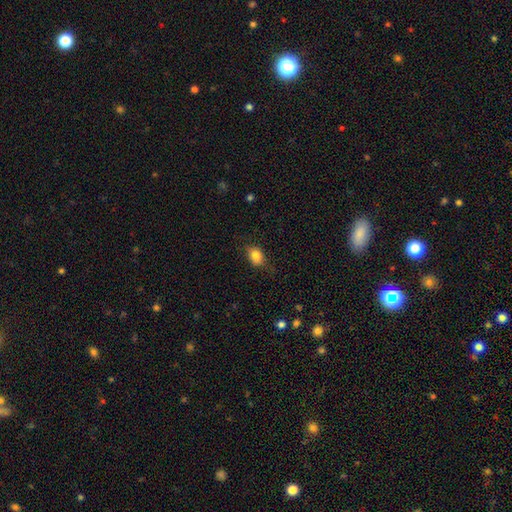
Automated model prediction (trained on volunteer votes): This is clearly a smooth galaxy (82%). How rounded: likely in between (67%). Merging: likely none (70%).